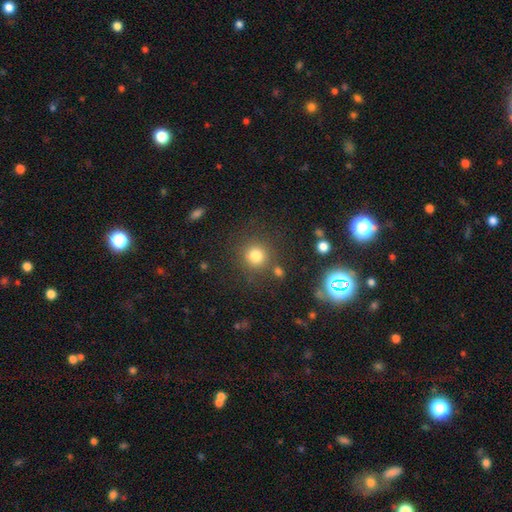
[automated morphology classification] This is likely a smooth galaxy (80%). How rounded: clearly round (92%). Merging: likely none (80%).